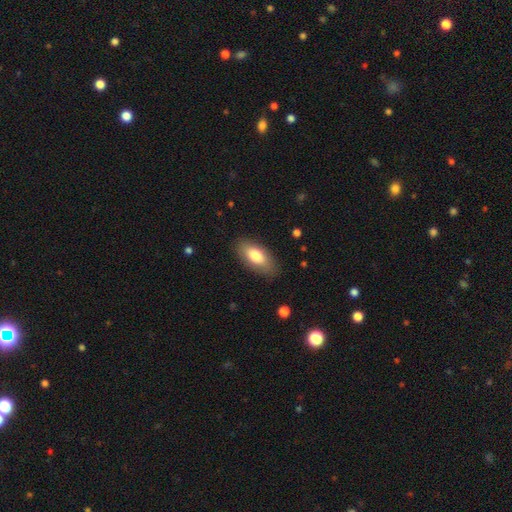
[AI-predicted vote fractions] Morphology: type=smooth (76%); roundness=in between (88%); merging=none (84%).